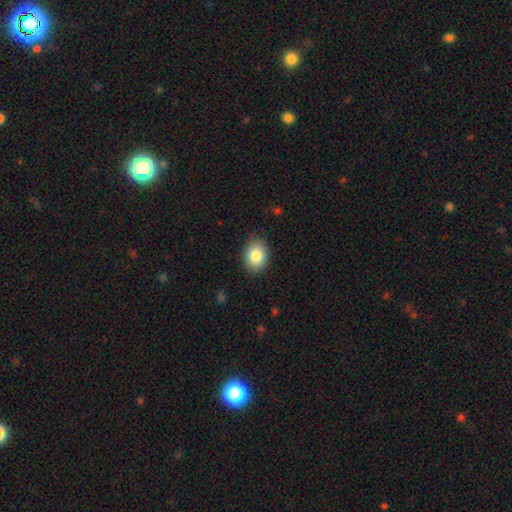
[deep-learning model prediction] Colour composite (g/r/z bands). It shows a smooth galaxy with no disk features (84%) that is in between round and cigar-shaped (68%). Merging: none (87%).